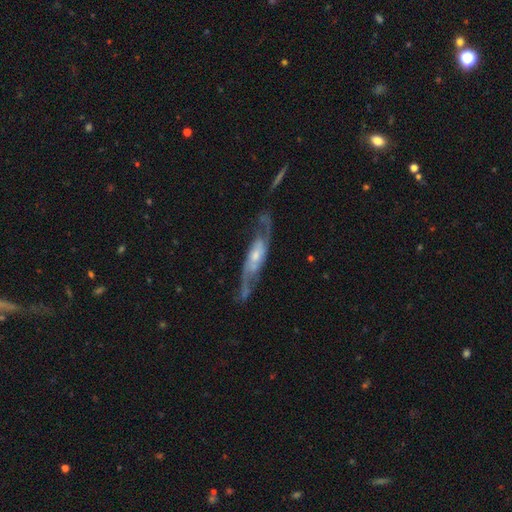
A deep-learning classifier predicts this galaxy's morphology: Overall: featured or disk (84%). Edge-on disk: no (79%). Bar: no (51%; weak 36%). Spiral arms: yes (94%). Spiral arm count: 2 (84%). Spiral winding: medium (43%; loose 39%). Bulge size: small (45%; moderate 44%). Merging: none (66%).